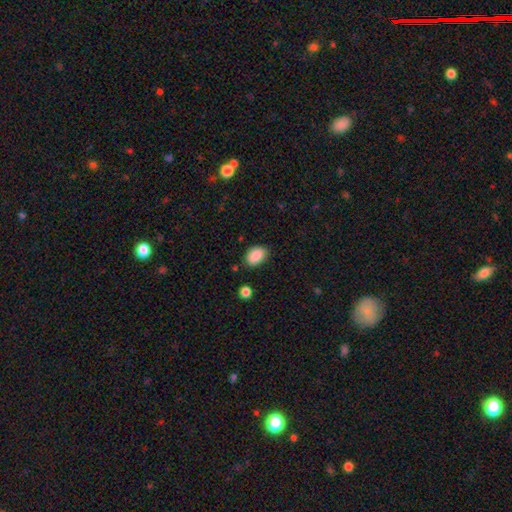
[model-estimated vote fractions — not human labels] The model was most divided on "merging": none: 81%, minor disturbance: 14%, major disturbance: 3%, merger: 2%. More confident: smooth or featured — smooth (88%); how rounded — in between (85%).